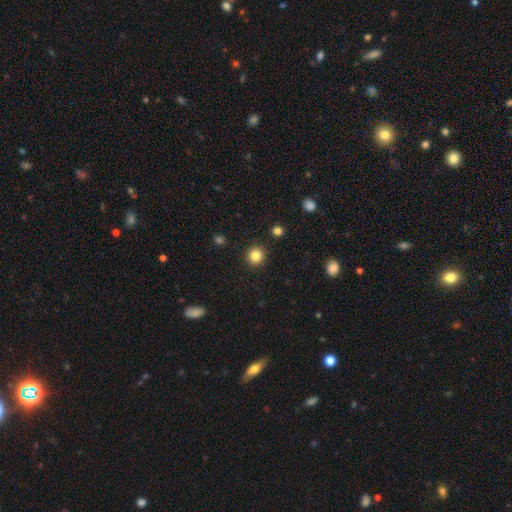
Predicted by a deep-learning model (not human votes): Smooth or featured? Predicted: smooth (p=0.83). How rounded? Predicted: round (p=0.92). Merging? Predicted: none (p=0.92).